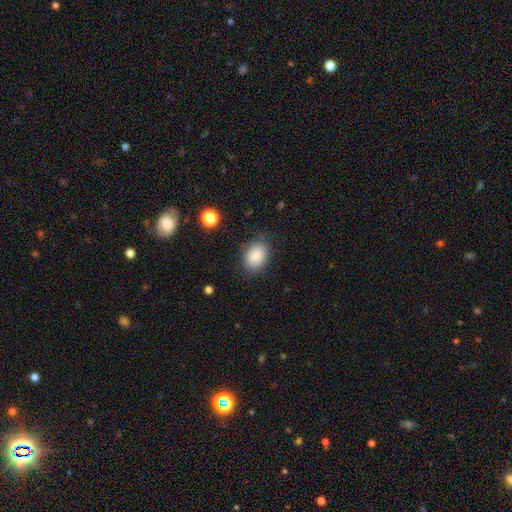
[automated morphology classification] A smooth galaxy with no disk features (87%) that is in between round and cigar-shaped (71%).

Vote fractions:
- Smooth or featured? smooth: 87% / star or artifact: 8% / featured or disk: 5%
- How rounded? in between: 71% / round: 28% / cigar-shaped: 1%
- Merging? none: 81% / minor disturbance: 14% / major disturbance: 4% / merger: 1%